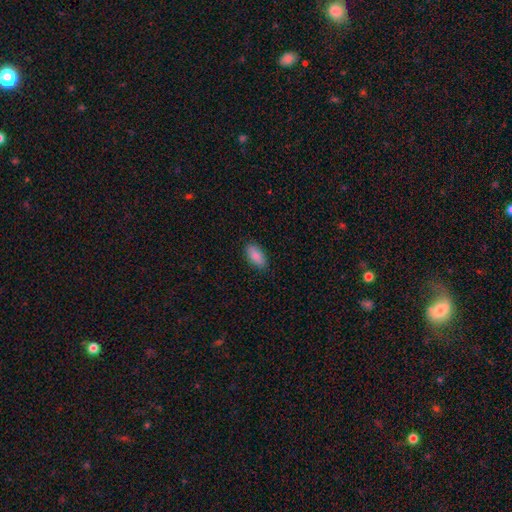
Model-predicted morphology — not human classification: Overall: smooth (88%). How rounded: in between (90%). Merging: none (87%).